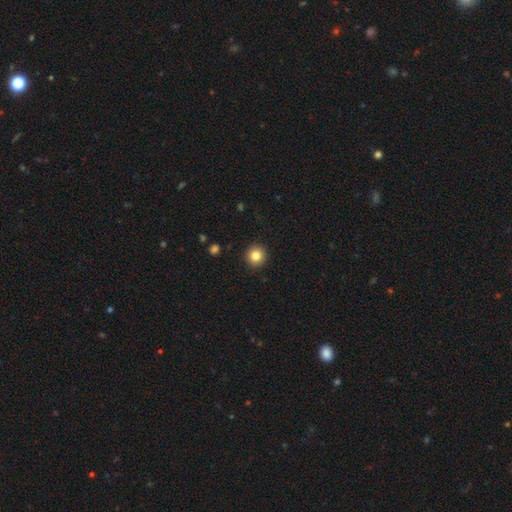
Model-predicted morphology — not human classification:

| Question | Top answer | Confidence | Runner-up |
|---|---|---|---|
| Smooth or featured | smooth | 83% | star or artifact (11%) |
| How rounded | round | 95% | in between (4%) |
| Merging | none | 93% | minor disturbance (5%) |